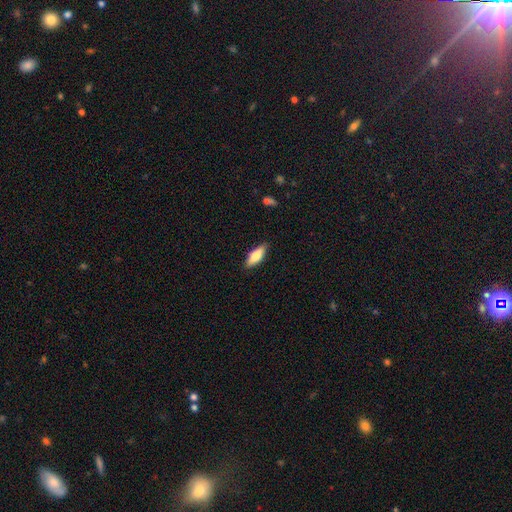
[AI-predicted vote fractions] The model was most divided on "how rounded": in between: 65%, cigar-shaped: 33%, round: 2%. More confident: merging — none (87%); smooth or featured — smooth (70%).